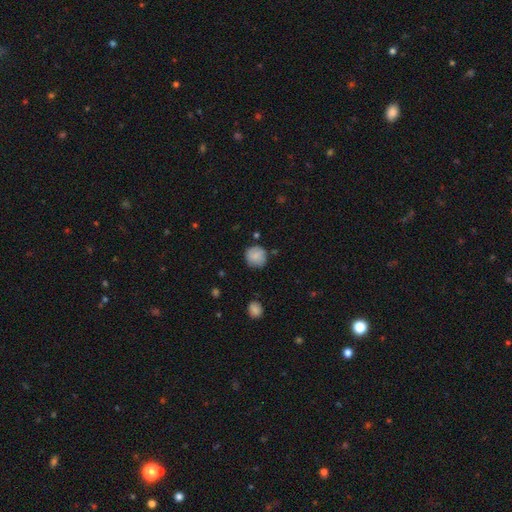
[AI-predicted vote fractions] smooth-or-featured: smooth: 82% | featured or disk: 10% | star or artifact: 8%
  how-rounded: round: 91% | in between: 8% | cigar-shaped: 1%
  merging: none: 76% | minor disturbance: 18% | major disturbance: 3% | merger: 3%